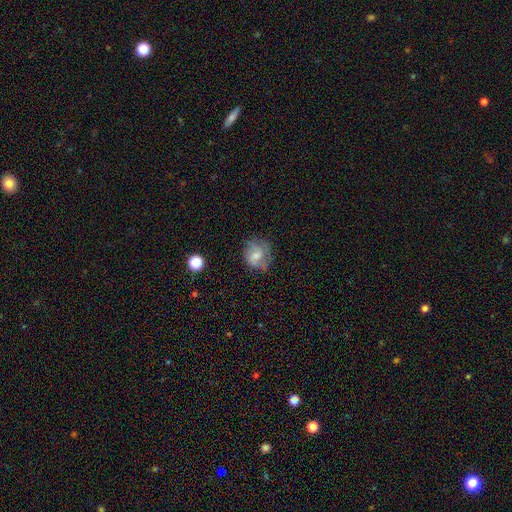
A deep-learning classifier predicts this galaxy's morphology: smooth_or_featured: featured or disk (p=0.49) [alt: smooth p=0.40]
merging: none (p=0.67) [alt: minor disturbance p=0.22]